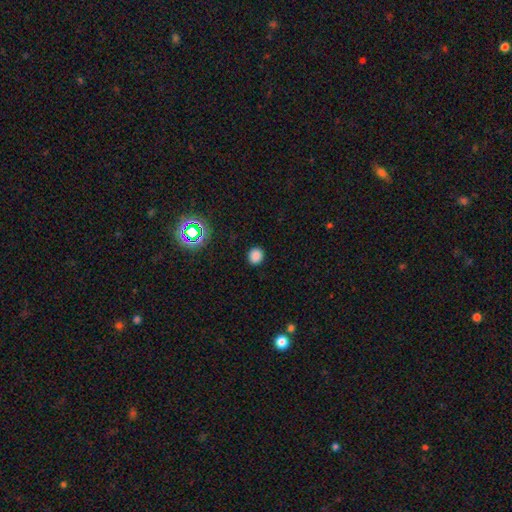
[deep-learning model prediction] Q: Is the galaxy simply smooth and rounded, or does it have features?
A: smooth — 82%.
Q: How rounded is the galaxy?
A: round — 79%.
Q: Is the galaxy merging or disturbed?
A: none — 90%.